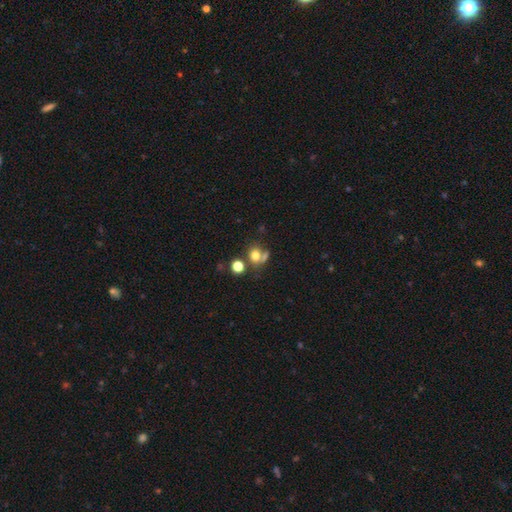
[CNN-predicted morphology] smooth-or-featured: smooth: 73% | star or artifact: 15% | featured or disk: 12%
  how-rounded: round: 66% | in between: 33% | cigar-shaped: 1%
  merging: none: 47% | merger: 32% | minor disturbance: 12% | major disturbance: 8%